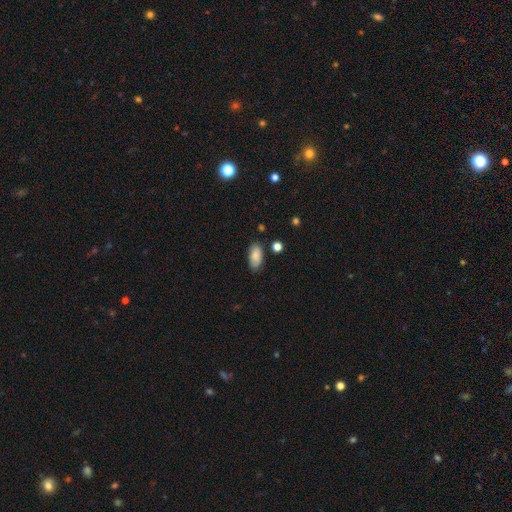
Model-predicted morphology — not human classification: smooth-or-featured: smooth: 84% | featured or disk: 8% | star or artifact: 7%
  how-rounded: in between: 92% | cigar-shaped: 5% | round: 3%
  merging: none: 81% | minor disturbance: 14% | major disturbance: 3% | merger: 2%